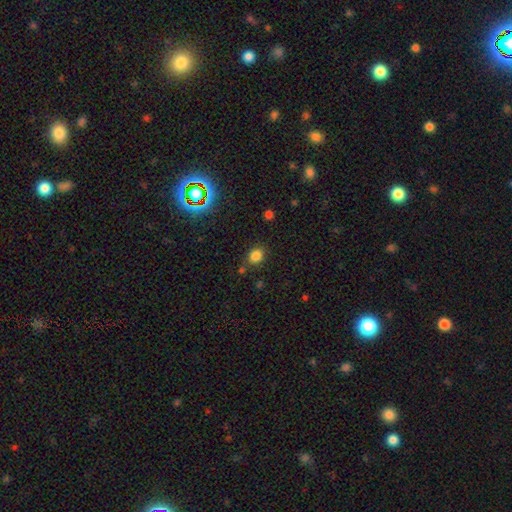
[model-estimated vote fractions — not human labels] smooth_or_featured: smooth (p=0.80) [alt: star or artifact p=0.15]
how_rounded: in between (p=0.50) [alt: round p=0.49]
merging: none (p=0.79) [alt: minor disturbance p=0.13]